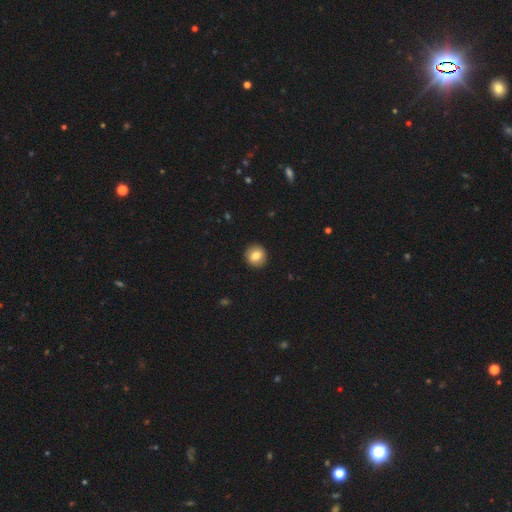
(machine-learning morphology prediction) Smooth or featured? Predicted: smooth (p=0.81). How rounded? Predicted: round (p=0.90). Merging? Predicted: none (p=0.92).